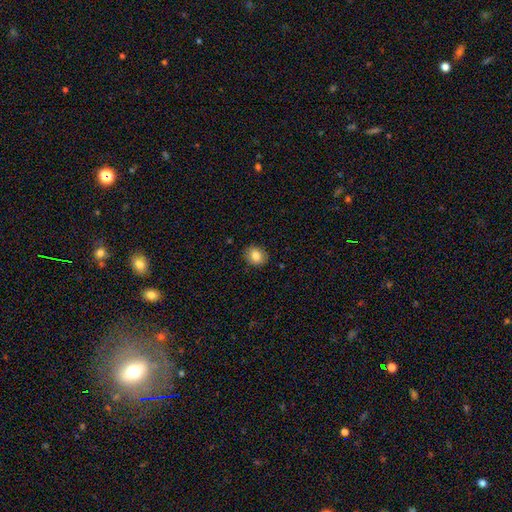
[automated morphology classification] Smooth or featured? Predicted: smooth (p=0.83). How rounded? Predicted: round (p=0.61). Merging? Predicted: none (p=0.88).